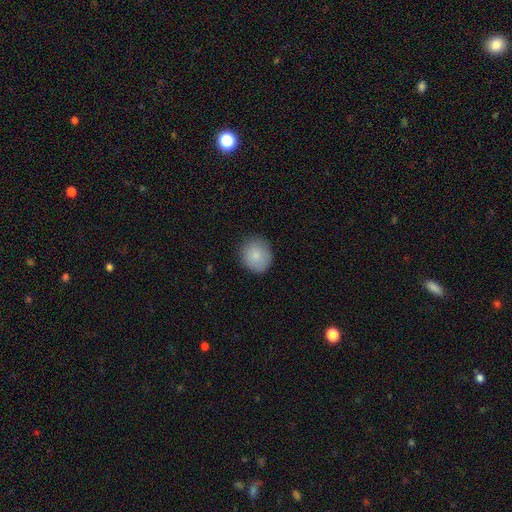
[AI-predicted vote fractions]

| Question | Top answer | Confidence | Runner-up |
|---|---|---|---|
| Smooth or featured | smooth | 85% | star or artifact (8%) |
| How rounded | round | 81% | in between (18%) |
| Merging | none | 86% | minor disturbance (11%) |